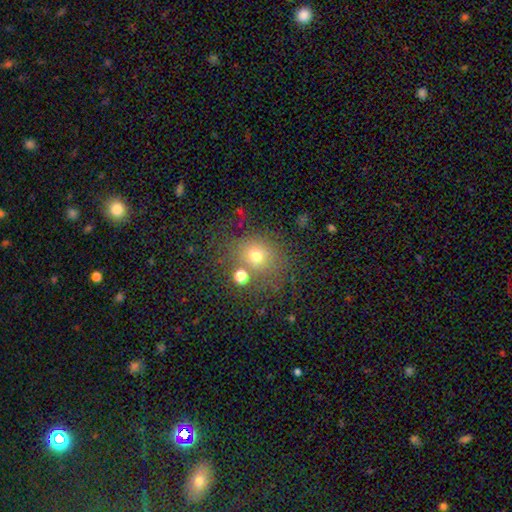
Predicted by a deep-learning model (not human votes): Overall: smooth (65%). How rounded: round (74%). Merging: none (65%).